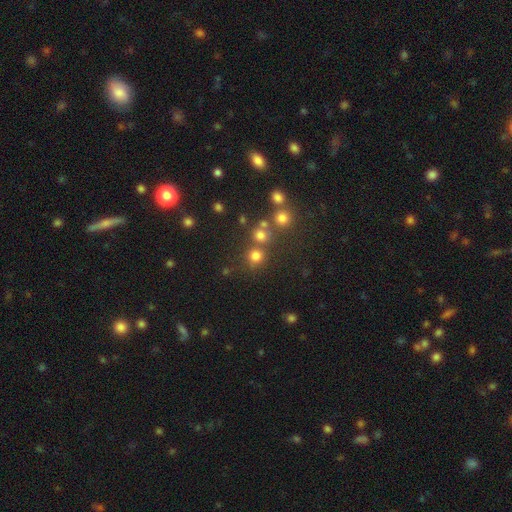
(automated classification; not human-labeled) Morphology: type=smooth (75%); roundness=round (91%); merging=none (70%).